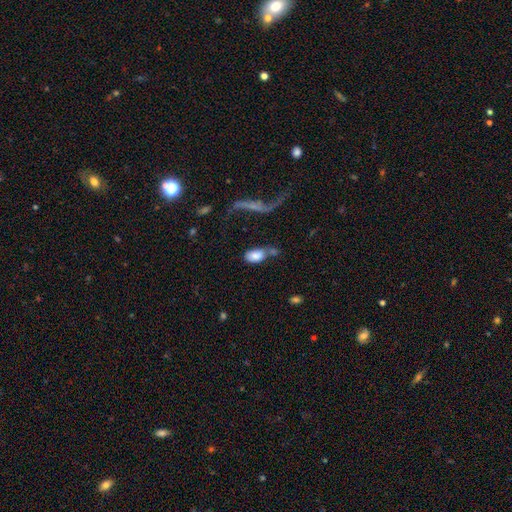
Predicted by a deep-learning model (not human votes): This is likely a smooth galaxy (78%). How rounded: clearly in between (92%). Merging: marginally none (33%).